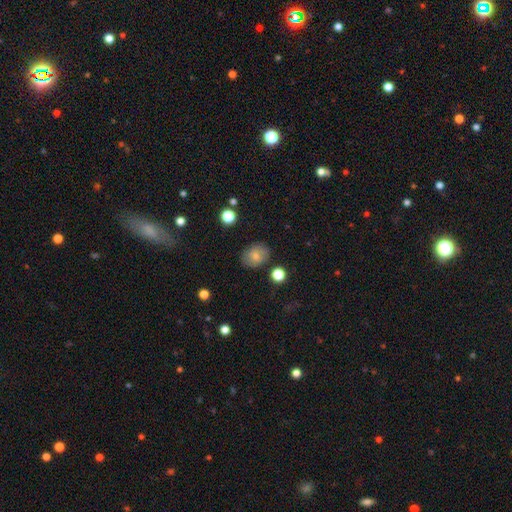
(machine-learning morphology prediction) A smooth galaxy with no disk features (79%) that is in between round and cigar-shaped (63%).

Vote fractions:
- Smooth or featured? smooth: 79% / featured or disk: 12% / star or artifact: 10%
- How rounded? in between: 63% / round: 36% / cigar-shaped: 1%
- Merging? none: 83% / minor disturbance: 11% / major disturbance: 3% / merger: 2%